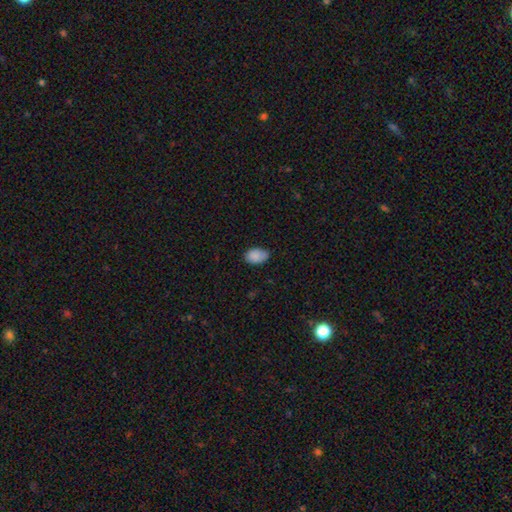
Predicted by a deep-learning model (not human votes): Smooth or featured: smooth — 88% (star or artifact — 8%)
How rounded: in between — 86% (round — 13%)
Merging: none — 72% (minor disturbance — 23%)